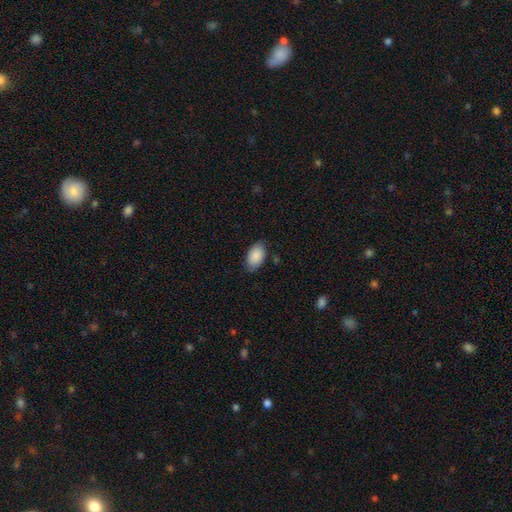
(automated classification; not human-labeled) A smooth galaxy with no disk features (89%) that is in between round and cigar-shaped (94%). Merging: none (80%).